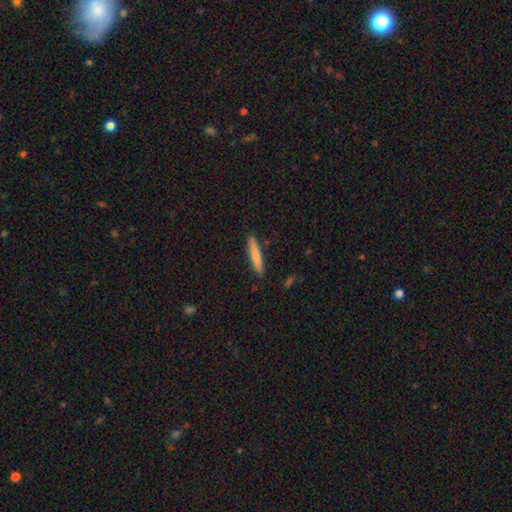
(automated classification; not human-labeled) This is likely a smooth galaxy (79%). How rounded: clearly cigar-shaped (93%). Merging: clearly none (89%).